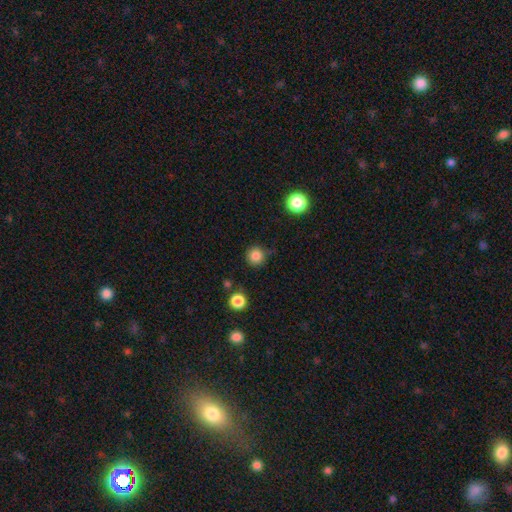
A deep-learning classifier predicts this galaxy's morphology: type=smooth (84%); roundness=round (95%); merging=none (85%).